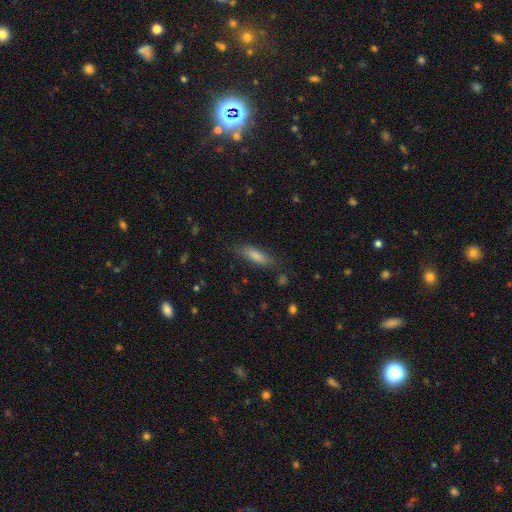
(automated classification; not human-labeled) Smooth or featured? Predicted: smooth (p=0.72). How rounded? Predicted: cigar-shaped (p=0.57). Merging? Predicted: none (p=0.79).